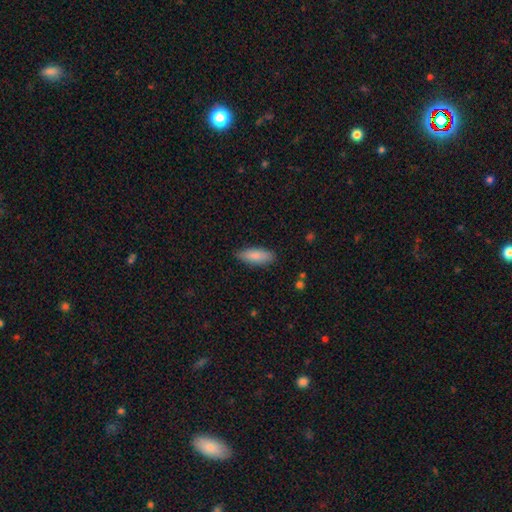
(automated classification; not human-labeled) A smooth galaxy with no disk features (85%) that is in between round and cigar-shaped (70%).

Vote fractions:
- Smooth or featured? smooth: 85% / featured or disk: 9% / star or artifact: 6%
- How rounded? in between: 70% / cigar-shaped: 28% / round: 2%
- Merging? none: 85% / minor disturbance: 11% / major disturbance: 2% / merger: 1%